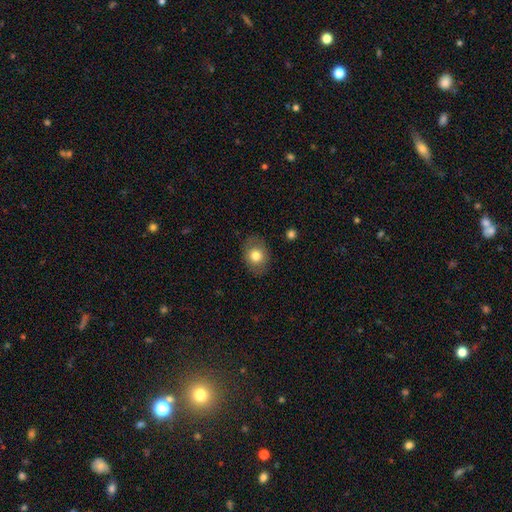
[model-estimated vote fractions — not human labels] Morphology: type=smooth (77%); roundness=in between (53%); merging=none (84%).